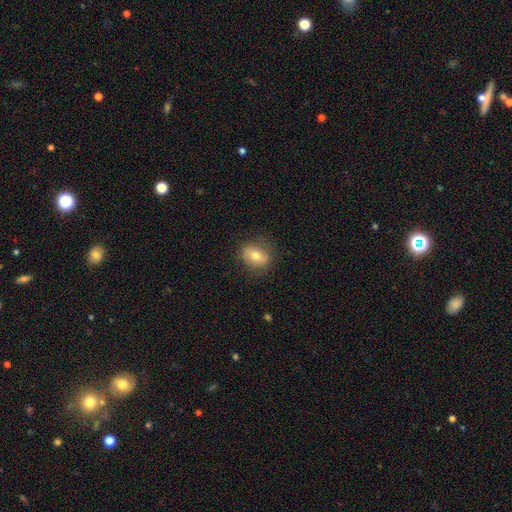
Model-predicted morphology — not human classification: Smooth or featured? smooth (66%)
How rounded? round (49%, tied with in between)
Merging? none (80%)